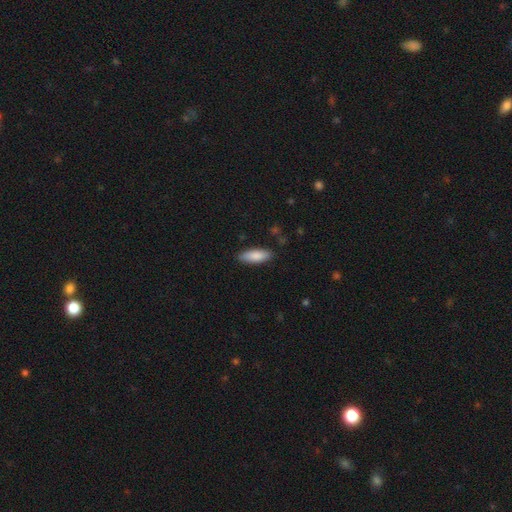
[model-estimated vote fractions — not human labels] smooth-or-featured: smooth: 86% | featured or disk: 8% | star or artifact: 6%
  how-rounded: in between: 65% | cigar-shaped: 33% | round: 2%
  merging: none: 86% | minor disturbance: 10% | major disturbance: 2% | merger: 1%